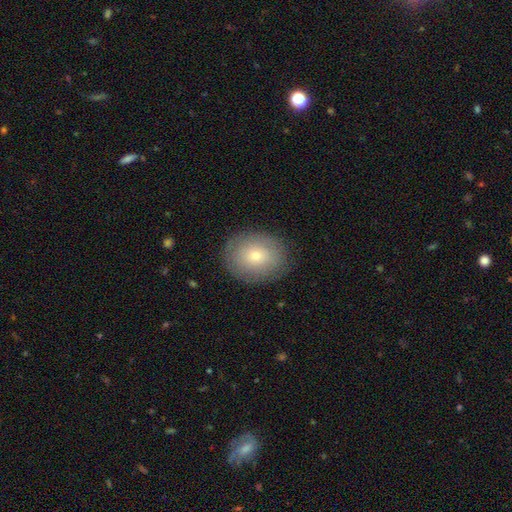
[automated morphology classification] The model was most divided on "how rounded": round: 50%, in between: 49%, cigar-shaped: 1%. More confident: merging — none (86%); smooth or featured — smooth (70%).